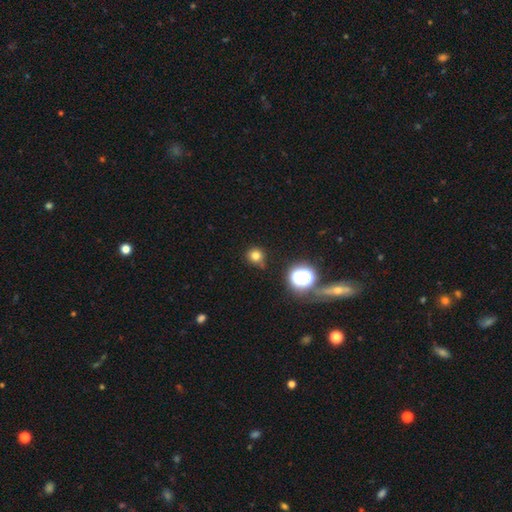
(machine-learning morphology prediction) Smooth or featured: smooth — 76% (star or artifact — 18%)
How rounded: round — 89% (in between — 10%)
Merging: none — 73% (minor disturbance — 17%)